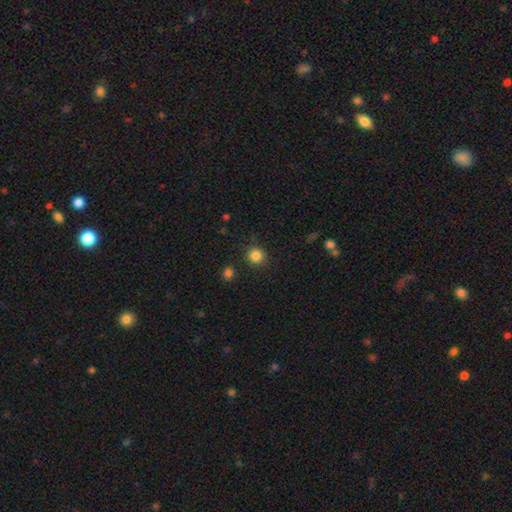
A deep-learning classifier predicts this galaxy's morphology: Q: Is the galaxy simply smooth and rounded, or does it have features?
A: smooth — 84%.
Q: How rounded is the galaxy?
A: round — 93%.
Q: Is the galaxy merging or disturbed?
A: none — 88%.